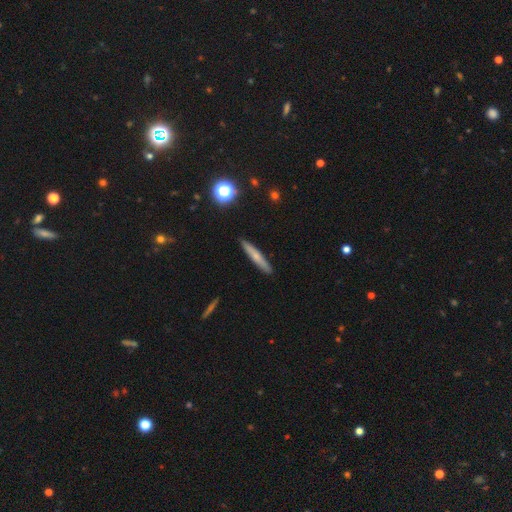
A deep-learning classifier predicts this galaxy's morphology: Smooth or featured? Predicted: smooth (p=0.60). How rounded? Predicted: cigar-shaped (p=0.93). Merging? Predicted: none (p=0.91).